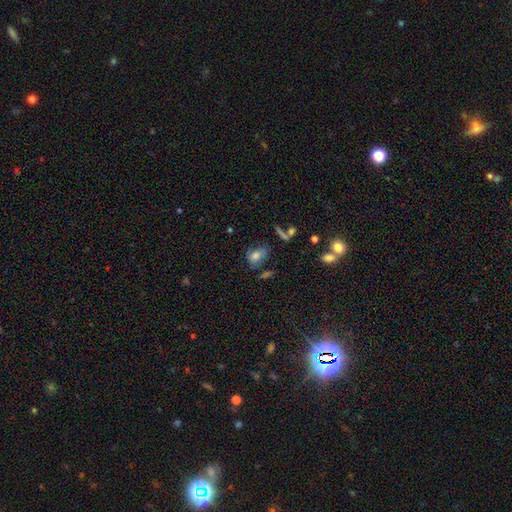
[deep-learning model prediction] Overall: smooth (73%). How rounded: in between (74%). Merging: none (50%; minor disturbance 26%).